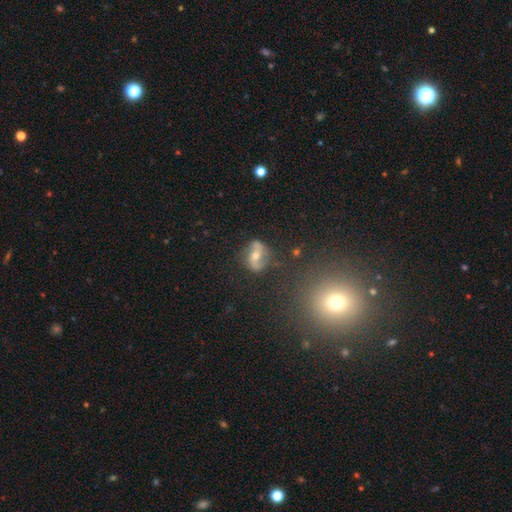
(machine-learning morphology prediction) Overall: featured or disk (65%). Edge-on disk: no (95%). Bar: no (39%; weak 34%). Spiral arms: yes (84%). Spiral arm count: 2 (90%). Spiral winding: loose (56%; medium 32%). Bulge size: moderate (64%; small 29%). Merging: none (71%).